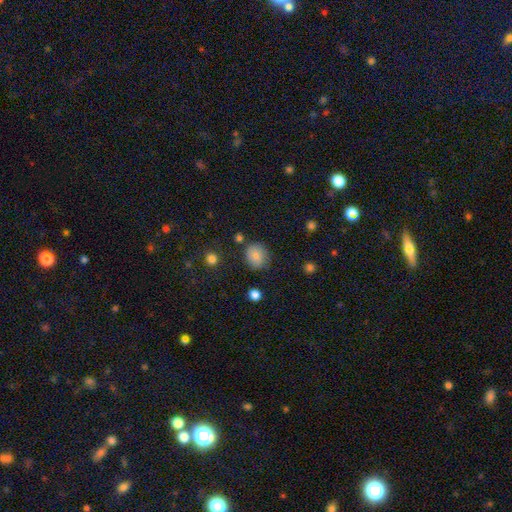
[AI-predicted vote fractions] Smooth or featured? smooth (83%)
How rounded? round (74%)
Merging? none (78%)